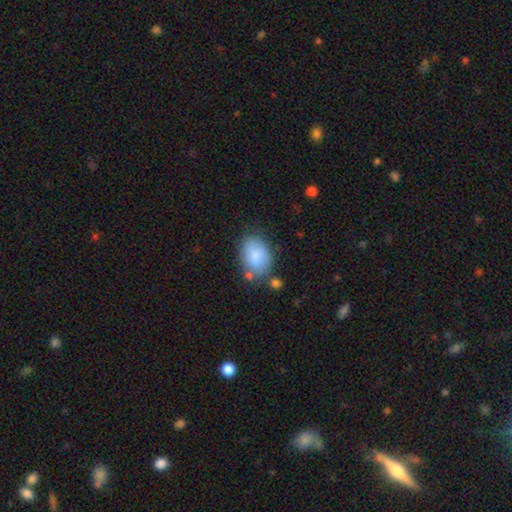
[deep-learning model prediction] Smooth or featured?
  - smooth: 82% *
  - featured or disk: 11%
  - star or artifact: 7%
How rounded?
  - in between: 83% *
  - round: 16%
  - cigar-shaped: 1%
Merging?
  - none: 62% *
  - minor disturbance: 22%
  - merger: 9%
  - major disturbance: 7%